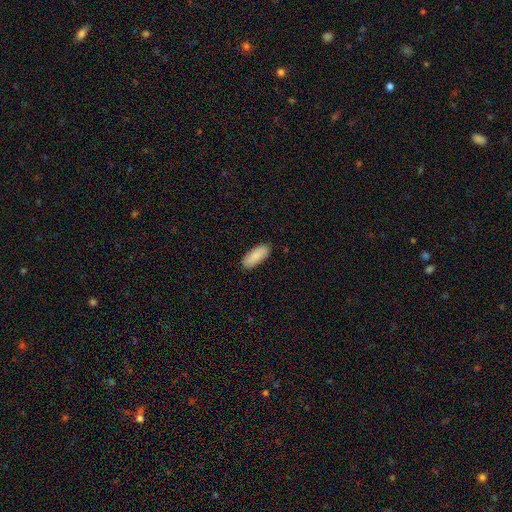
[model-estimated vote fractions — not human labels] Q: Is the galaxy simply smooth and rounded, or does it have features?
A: smooth — 89%.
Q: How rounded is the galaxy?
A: in between — 77%.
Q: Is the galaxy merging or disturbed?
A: none — 89%.